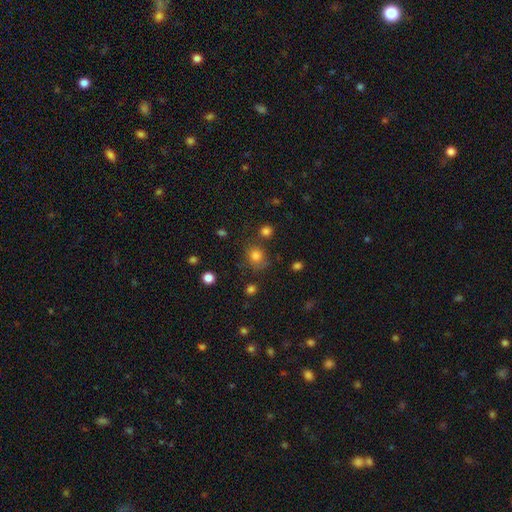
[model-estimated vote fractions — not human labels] This appears to be a smooth galaxy with no disk features (79%) that is round (78%). Merging: none (68%).